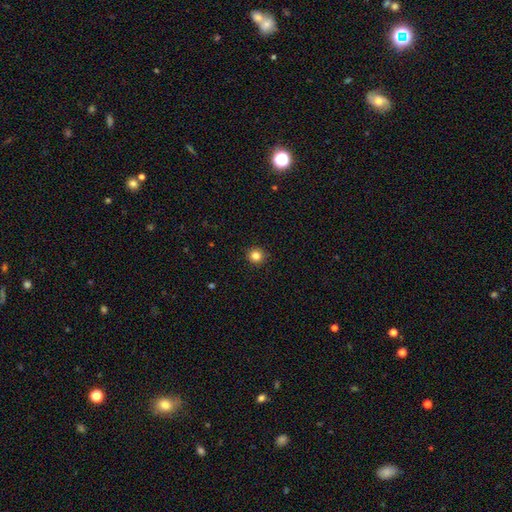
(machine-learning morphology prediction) Smooth or featured? Predicted: smooth (p=0.84). How rounded? Predicted: round (p=0.94). Merging? Predicted: none (p=0.93).